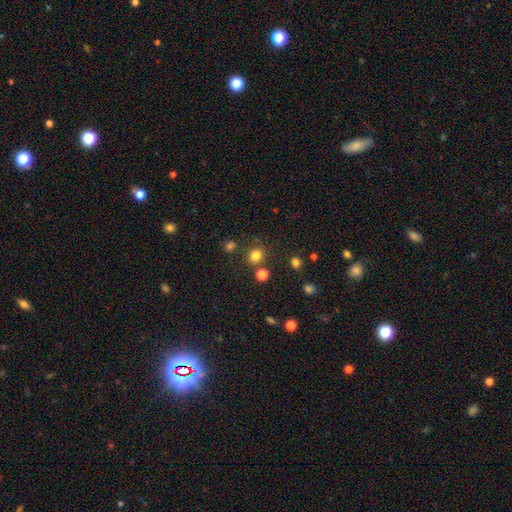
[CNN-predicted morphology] smooth 79%, star or artifact 15%, featured or disk 5%. Down the decision tree: how rounded — round (82%); merging — none (79%).